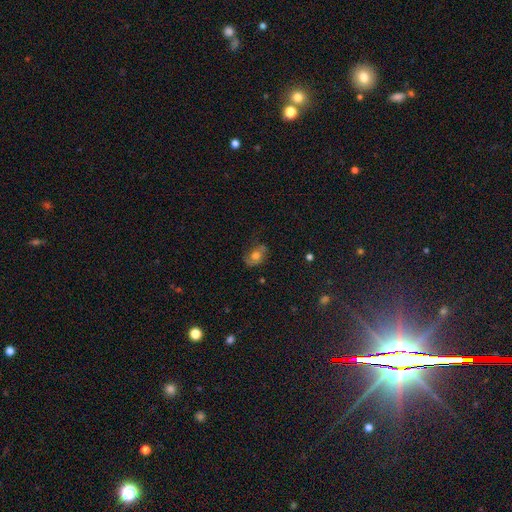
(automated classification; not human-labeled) smooth 51%, featured or disk 37%, star or artifact 12%. Down the decision tree: how rounded — in between (71%); merging — none (60%).